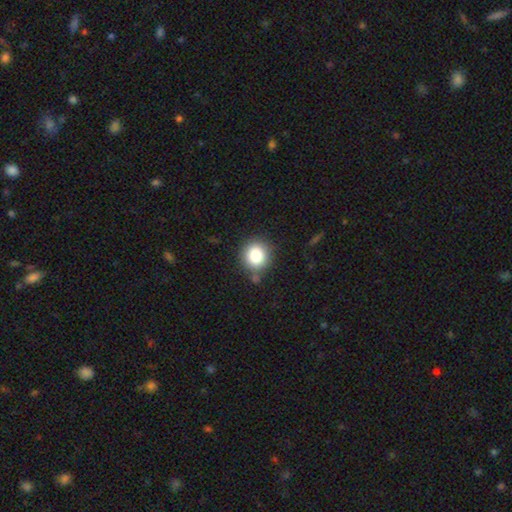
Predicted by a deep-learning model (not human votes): Smooth or featured: smooth — 82% (star or artifact — 11%)
How rounded: round — 87% (in between — 12%)
Merging: none — 80% (minor disturbance — 12%)